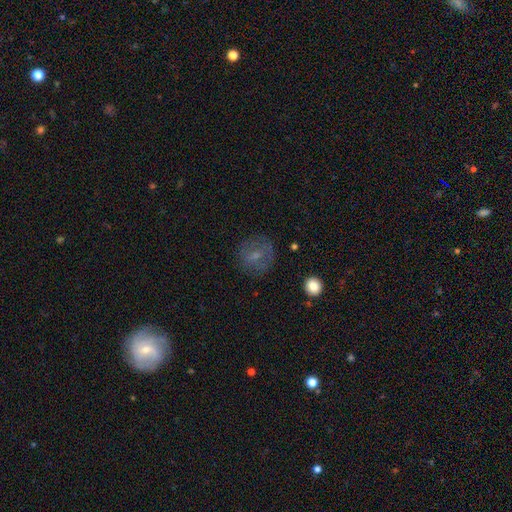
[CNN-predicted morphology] Overall: smooth (57%; featured or disk 29%). How rounded: round (83%). Merging: none (76%).